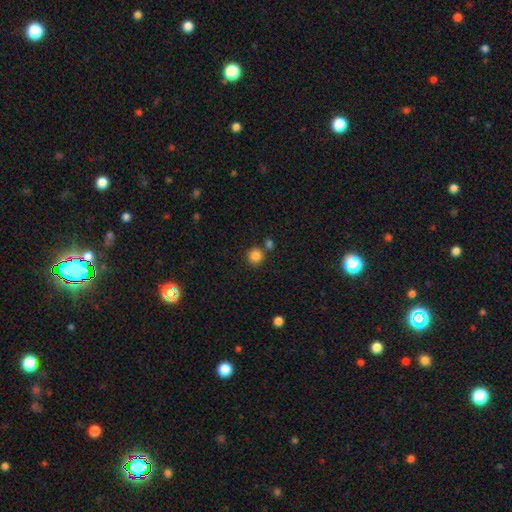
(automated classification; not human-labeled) Smooth or featured? Predicted: smooth (p=0.85). How rounded? Predicted: round (p=0.93). Merging? Predicted: none (p=0.76).